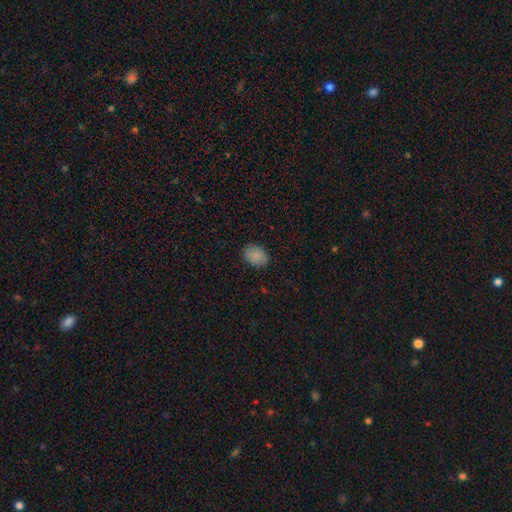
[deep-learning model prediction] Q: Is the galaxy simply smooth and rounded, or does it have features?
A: smooth — 86%.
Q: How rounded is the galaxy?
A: in between — 75%.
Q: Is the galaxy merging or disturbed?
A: none — 87%.